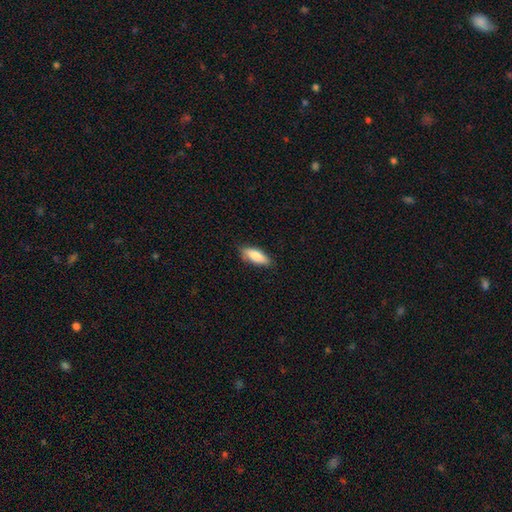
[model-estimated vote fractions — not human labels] A smooth galaxy with no disk features (81%) that is in between round and cigar-shaped (68%). Merging: none (82%).